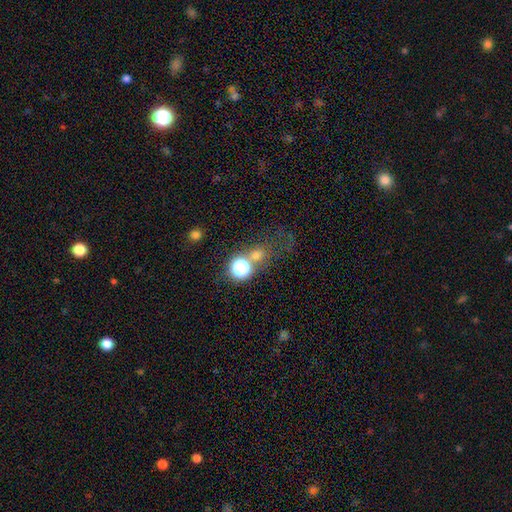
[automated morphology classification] Smooth or featured? Predicted: smooth (p=0.60). How rounded? Predicted: round (p=0.78). Merging? Predicted: none (p=0.54).